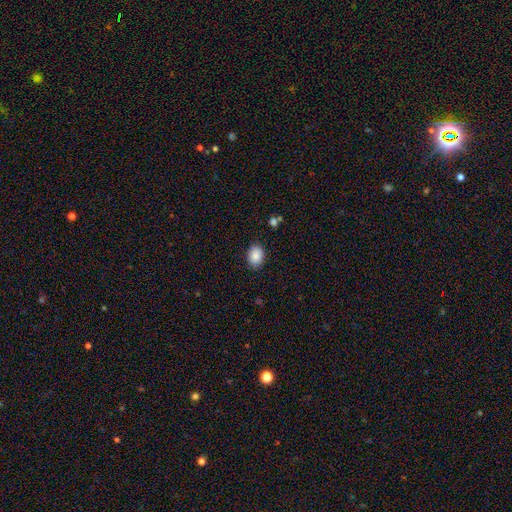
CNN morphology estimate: smooth_or_featured: smooth (p=0.88) [alt: star or artifact p=0.08]
how_rounded: in between (p=0.70) [alt: round p=0.29]
merging: none (p=0.86) [alt: minor disturbance p=0.10]